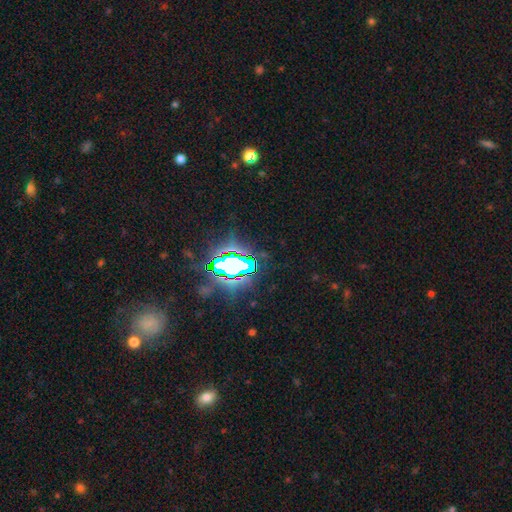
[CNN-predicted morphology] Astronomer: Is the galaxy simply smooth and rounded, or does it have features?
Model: star or artifact — 83%.